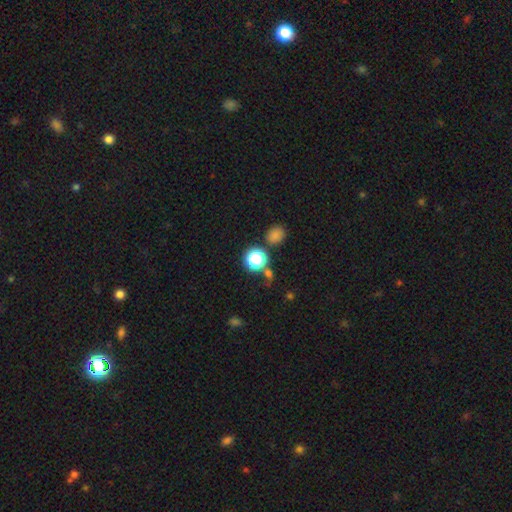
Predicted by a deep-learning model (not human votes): Smooth or featured: smooth — 59% (star or artifact — 36%)
How rounded: round — 85% (in between — 14%)
Merging: none — 77% (merger — 10%)